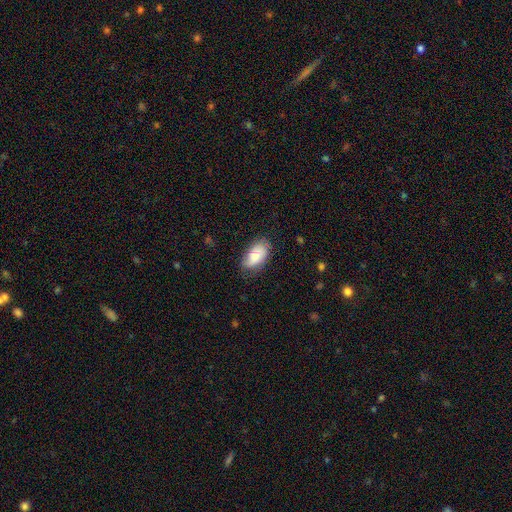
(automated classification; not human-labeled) Smooth or featured? smooth (77%)
How rounded? in between (93%)
Merging? none (71%)